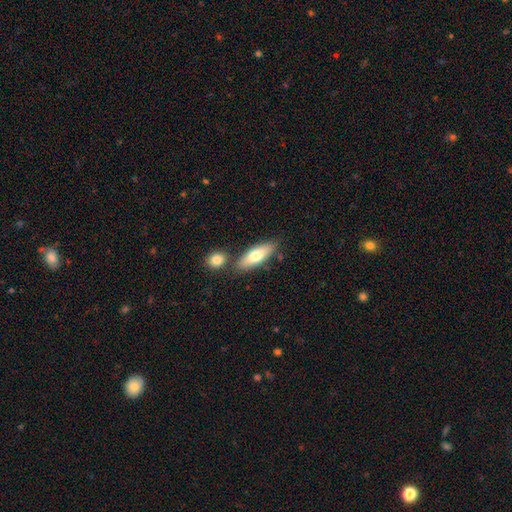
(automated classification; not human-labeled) Smooth or featured: smooth — 70% (featured or disk — 24%)
How rounded: in between — 63% (cigar-shaped — 34%)
Merging: none — 71% (merger — 14%)